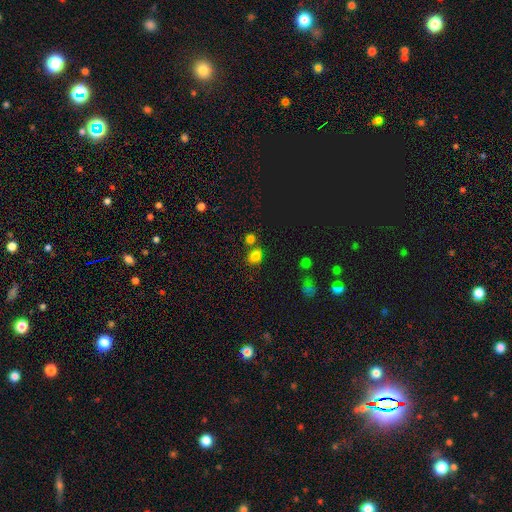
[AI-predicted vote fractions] smooth 77%, star or artifact 17%, featured or disk 6%. Down the decision tree: how rounded — round (54%); merging — none (63%).